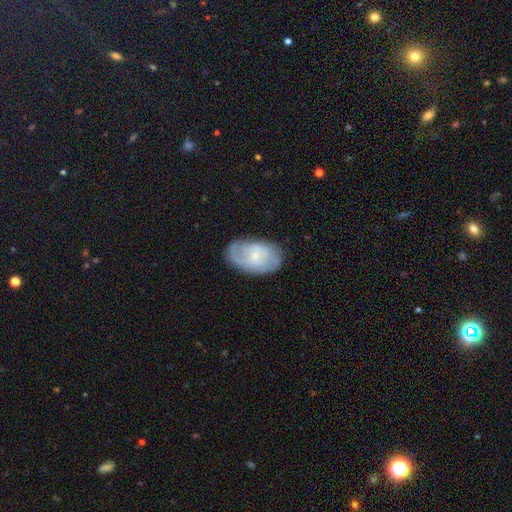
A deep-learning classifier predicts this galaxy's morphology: smooth_or_featured: featured or disk (p=0.56) [alt: smooth p=0.37]
disk_edge_on: no (p=0.96) [alt: yes p=0.04]
bar: no (p=0.63) [alt: weak p=0.32]
has_spiral_arms: yes (p=0.76) [alt: no p=0.24]
bulge_size: small (p=0.67) [alt: moderate p=0.25]
merging: none (p=0.67) [alt: minor disturbance p=0.23]